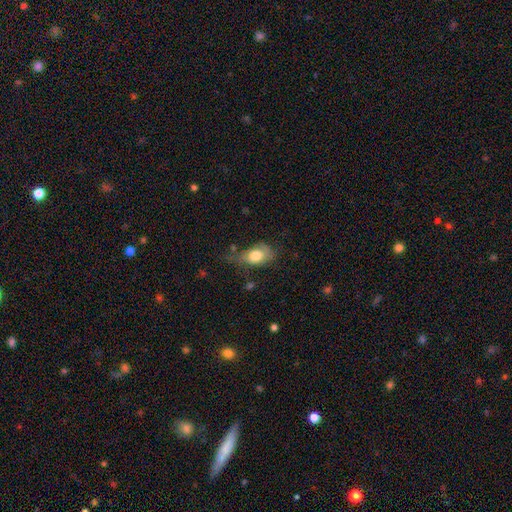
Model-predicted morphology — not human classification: Smooth or featured? smooth (75%)
How rounded? in between (83%)
Merging? none (41%)